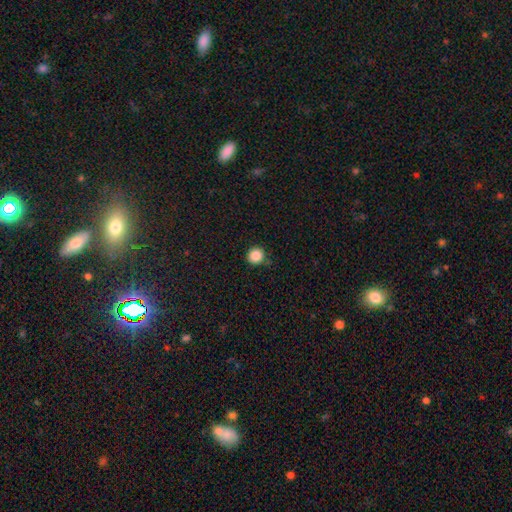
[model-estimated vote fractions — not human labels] smooth_or_featured: smooth (p=0.87) [alt: star or artifact p=0.10]
how_rounded: round (p=0.92) [alt: in between p=0.07]
merging: none (p=0.86) [alt: minor disturbance p=0.09]